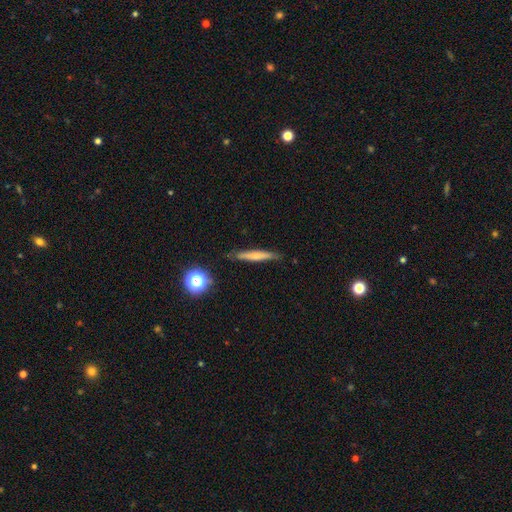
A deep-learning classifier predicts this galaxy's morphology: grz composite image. It shows a smooth galaxy with no disk features (53%) that is cigar-shaped (92%). Merging: none (84%).